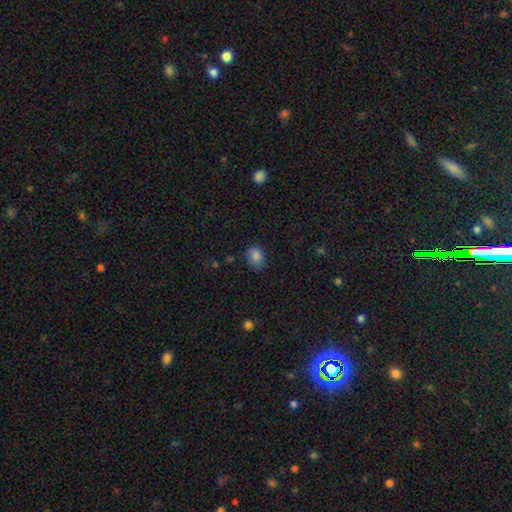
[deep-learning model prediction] A smooth galaxy with no disk features (84%) that is in between round and cigar-shaped (57%). Merging: none (77%).